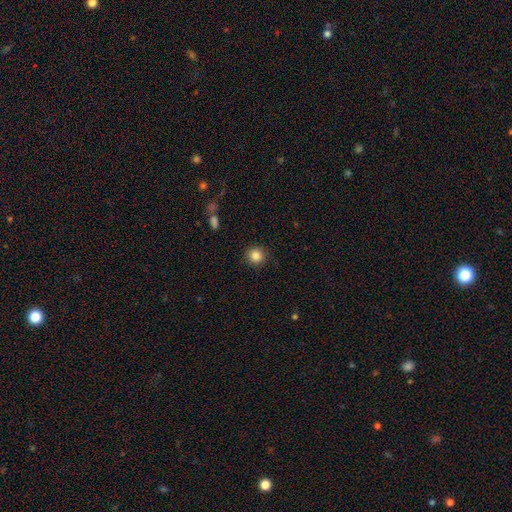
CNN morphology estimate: Smooth or featured: smooth — 85% (star or artifact — 10%)
How rounded: round — 92% (in between — 7%)
Merging: none — 90% (minor disturbance — 6%)